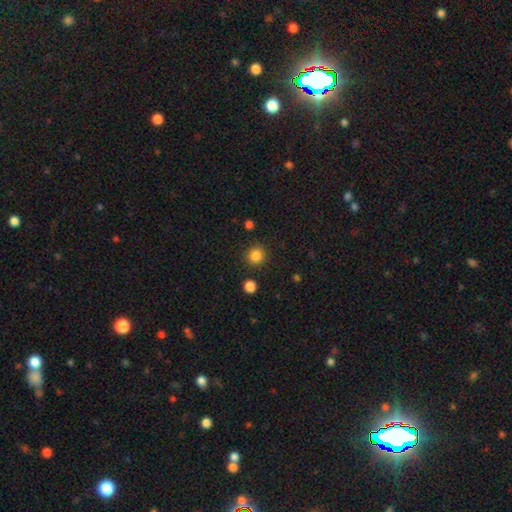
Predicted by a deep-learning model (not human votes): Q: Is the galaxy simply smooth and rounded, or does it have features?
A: smooth — 85%.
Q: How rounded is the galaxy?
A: round — 91%.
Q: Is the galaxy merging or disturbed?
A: none — 88%.